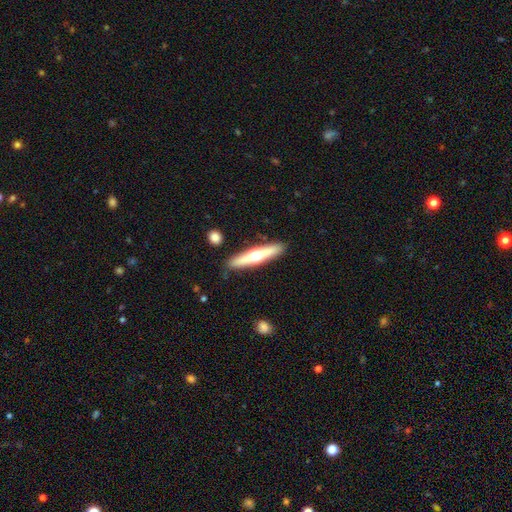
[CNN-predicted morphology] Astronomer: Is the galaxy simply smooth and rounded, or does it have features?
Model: featured or disk — 57% (runner-up: smooth, 38%).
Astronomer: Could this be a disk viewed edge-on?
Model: yes — 94%.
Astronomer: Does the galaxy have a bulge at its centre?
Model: rounded — 93%.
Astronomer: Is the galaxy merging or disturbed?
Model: none — 87%.